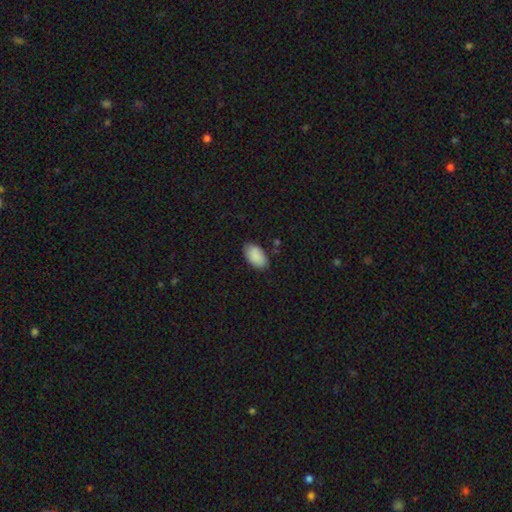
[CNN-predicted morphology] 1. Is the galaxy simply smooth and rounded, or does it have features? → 90% smooth, 6% star or artifact, 4% featured or disk.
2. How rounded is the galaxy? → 95% in between, 4% round, 1% cigar-shaped.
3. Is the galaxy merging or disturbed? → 82% none, 13% minor disturbance, 3% major disturbance, 2% merger.